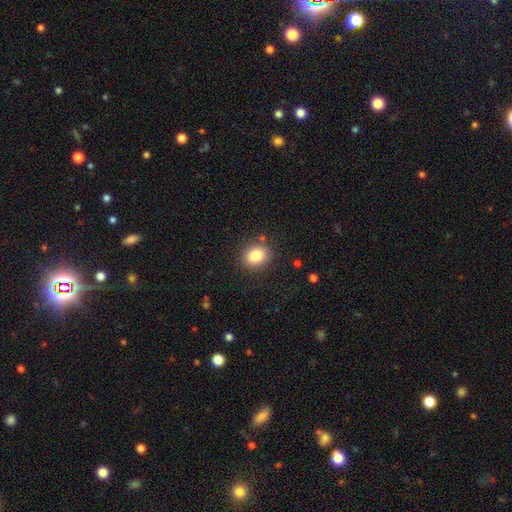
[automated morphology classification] This appears to be a smooth galaxy with no disk features (84%) that is round (59%). Merging: none (86%).